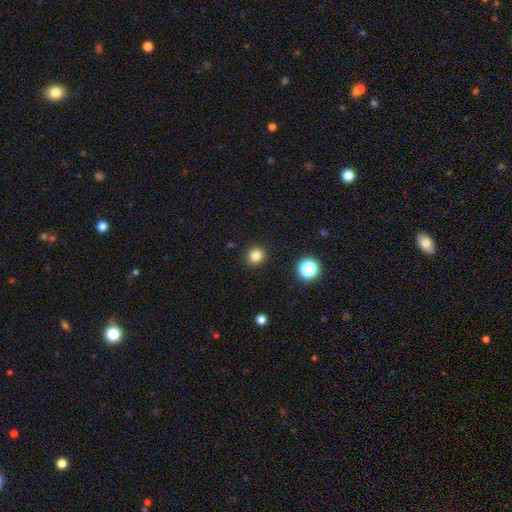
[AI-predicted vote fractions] Overall: smooth (82%). How rounded: round (85%). Merging: none (91%).